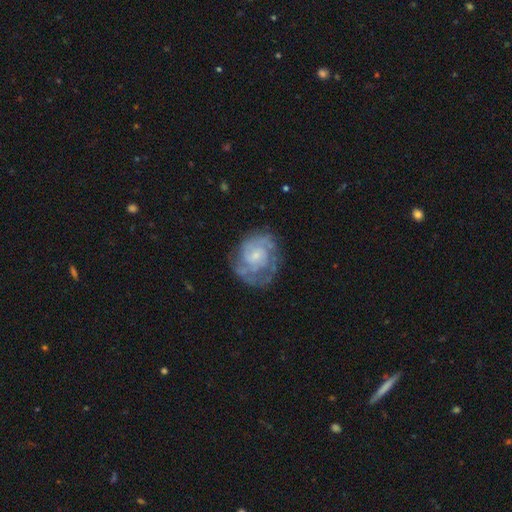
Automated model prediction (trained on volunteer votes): featured or disk 80%, smooth 14%, star or artifact 6%. Down the decision tree: edge-on disk — no (98%); bar — no (66%); spiral arms — yes (91%); spiral arm count — 2 (35%); spiral winding — tight (57%); bulge size — small (64%); merging — none (68%).